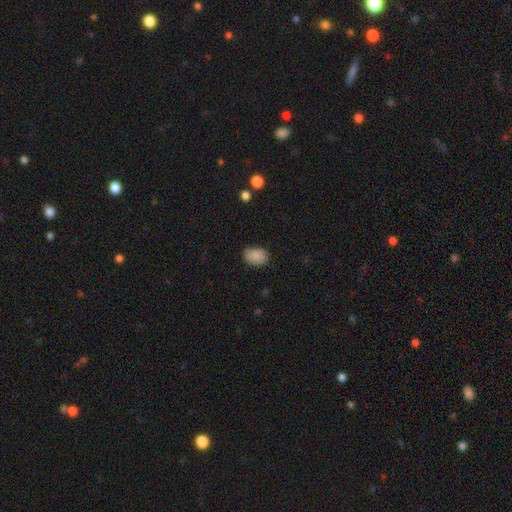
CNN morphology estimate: type=smooth (87%); roundness=in between (81%); merging=none (79%).